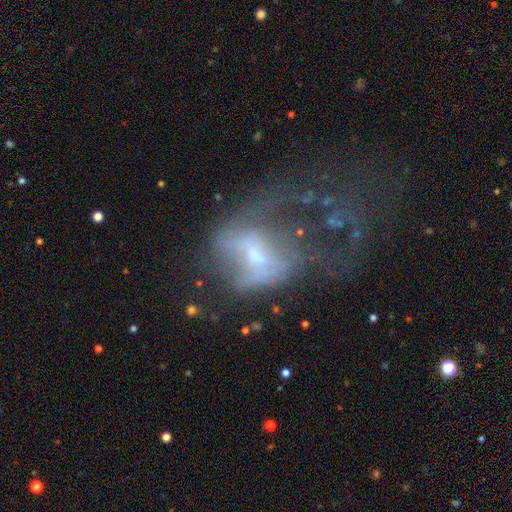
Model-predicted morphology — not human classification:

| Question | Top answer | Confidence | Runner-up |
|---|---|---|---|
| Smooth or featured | featured or disk | 56% | smooth (28%) |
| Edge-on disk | no | 95% | yes (5%) |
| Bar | no | 63% | weak (27%) |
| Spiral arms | no | 72% | yes (28%) |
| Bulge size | small | 40% | moderate (35%) |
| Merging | major disturbance | 56% | none (19%) |